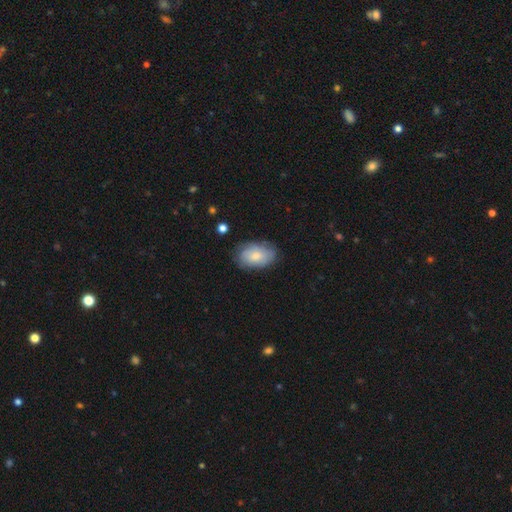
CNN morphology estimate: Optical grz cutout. It shows a smooth galaxy with no disk features (71%) that is in between round and cigar-shaped (90%). Merging: none (72%).